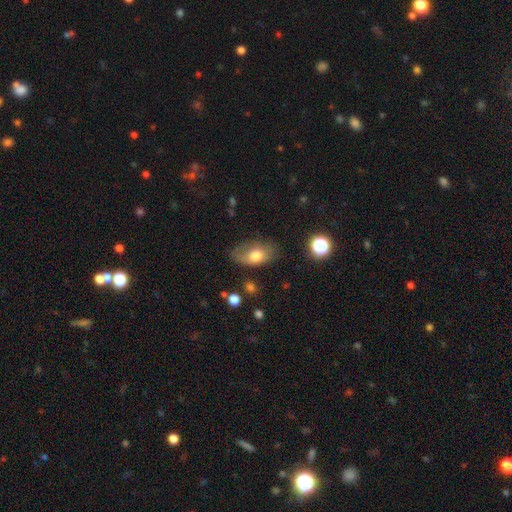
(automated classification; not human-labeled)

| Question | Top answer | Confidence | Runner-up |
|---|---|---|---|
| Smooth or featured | smooth | 69% | featured or disk (22%) |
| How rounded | in between | 88% | round (9%) |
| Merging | none | 53% | minor disturbance (29%) |